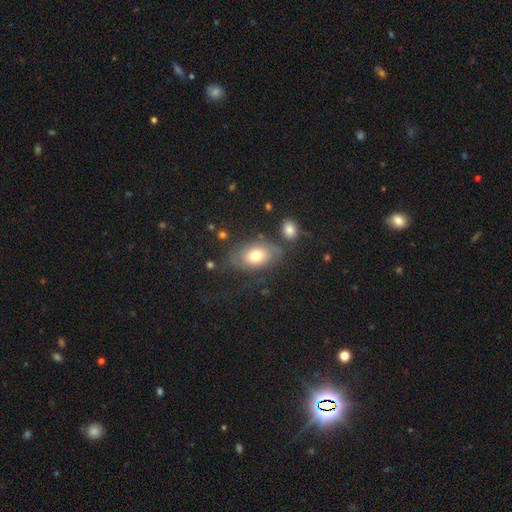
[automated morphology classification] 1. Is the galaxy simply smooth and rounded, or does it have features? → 64% smooth, 27% featured or disk, 10% star or artifact.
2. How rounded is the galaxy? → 85% in between, 14% round, 2% cigar-shaped.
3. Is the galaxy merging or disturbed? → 64% none, 20% minor disturbance, 10% major disturbance, 7% merger.